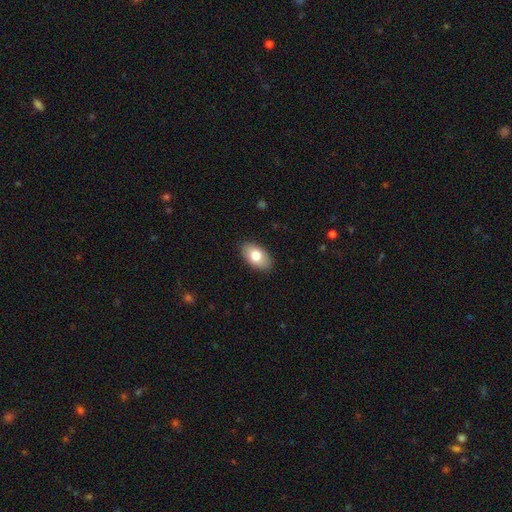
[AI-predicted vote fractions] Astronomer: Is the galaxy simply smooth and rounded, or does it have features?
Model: smooth — 80%.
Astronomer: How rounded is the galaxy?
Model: in between — 93%.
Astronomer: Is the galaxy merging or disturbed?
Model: none — 88%.